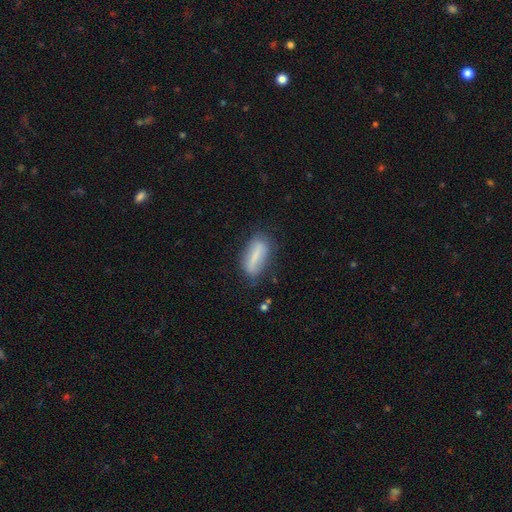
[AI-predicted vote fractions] smooth-or-featured: smooth: 57% | featured or disk: 35% | star or artifact: 8%
  how-rounded: in between: 67% | cigar-shaped: 30% | round: 3%
  merging: none: 72% | minor disturbance: 20% | major disturbance: 6% | merger: 3%